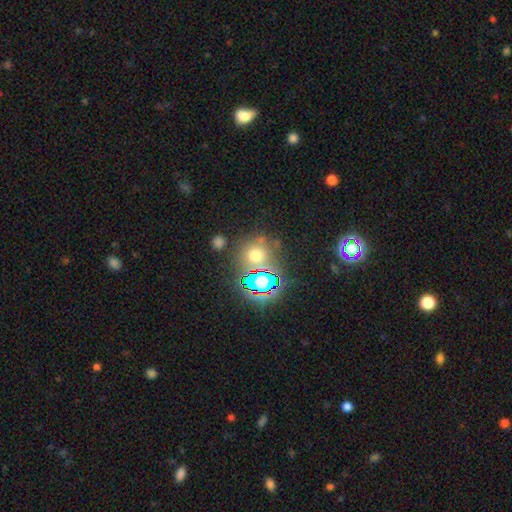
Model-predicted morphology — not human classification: A smooth galaxy with no disk features (53%) that is round (84%).

Vote fractions:
- Smooth or featured? smooth: 53% / star or artifact: 37% / featured or disk: 10%
- How rounded? round: 84% / in between: 14% / cigar-shaped: 1%
- Merging? none: 72% / merger: 11% / minor disturbance: 11% / major disturbance: 5%